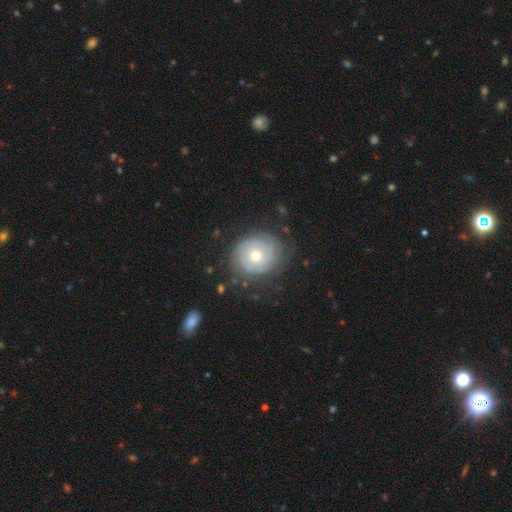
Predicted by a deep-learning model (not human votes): Q: Smooth or featured?
A: featured or disk (72%); runner-up: smooth (22%)
Q: Edge-on disk?
A: no (97%); runner-up: yes (3%)
Q: Bar?
A: no (79%); runner-up: weak (18%)
Q: Spiral arms?
A: yes (89%); runner-up: no (11%)
Q: Spiral winding?
A: tight (77%); runner-up: medium (17%)
Q: Spiral arm count?
A: can't tell (47%); runner-up: 2 (23%)
Q: Bulge size?
A: moderate (64%); runner-up: small (29%)
Q: Merging?
A: none (75%); runner-up: minor disturbance (17%)